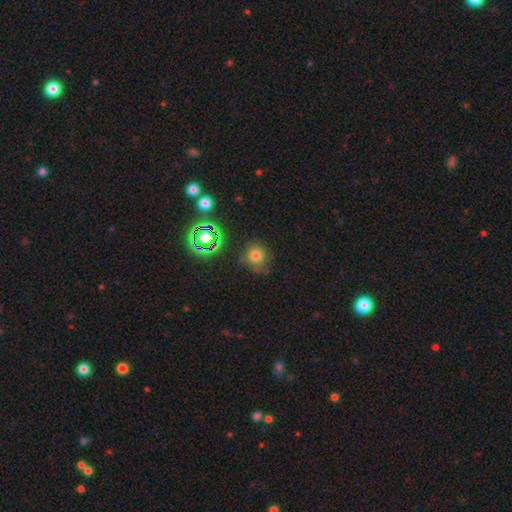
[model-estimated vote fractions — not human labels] Morphology: type=smooth (70%); roundness=round (86%); merging=none (69%).